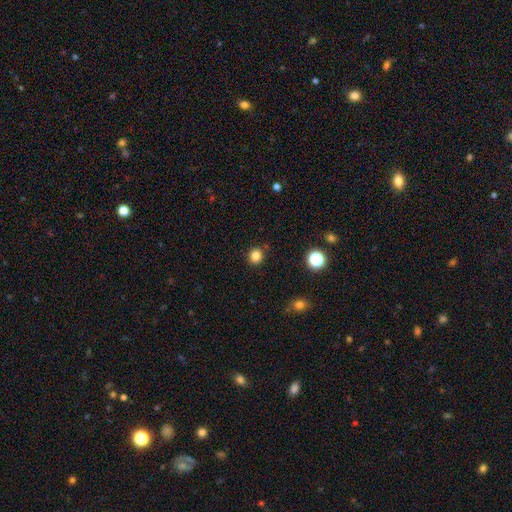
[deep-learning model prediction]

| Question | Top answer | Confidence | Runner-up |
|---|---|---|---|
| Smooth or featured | smooth | 83% | star or artifact (13%) |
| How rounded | round | 89% | in between (10%) |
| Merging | none | 88% | minor disturbance (7%) |